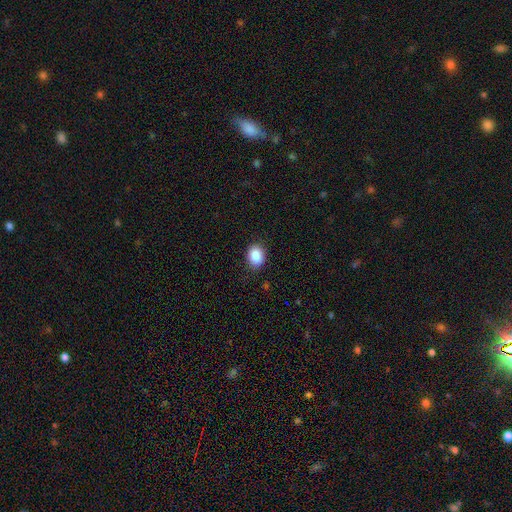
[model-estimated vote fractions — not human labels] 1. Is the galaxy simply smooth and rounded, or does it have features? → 88% smooth, 8% star or artifact, 4% featured or disk.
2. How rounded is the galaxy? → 60% in between, 39% round, 1% cigar-shaped.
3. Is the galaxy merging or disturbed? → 86% none, 11% minor disturbance, 3% major disturbance, 1% merger.